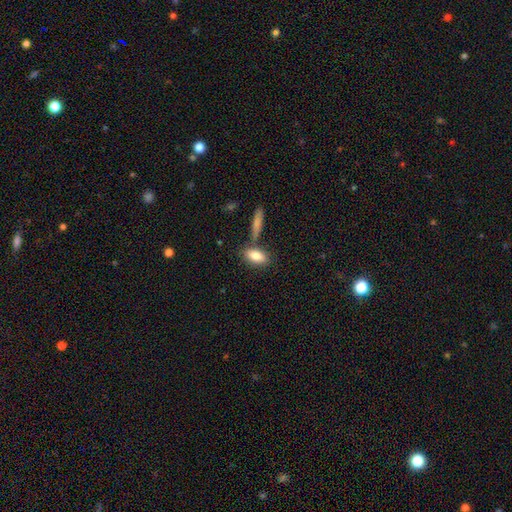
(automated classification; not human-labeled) Smooth or featured? smooth (82%)
How rounded? in between (85%)
Merging? none (65%)